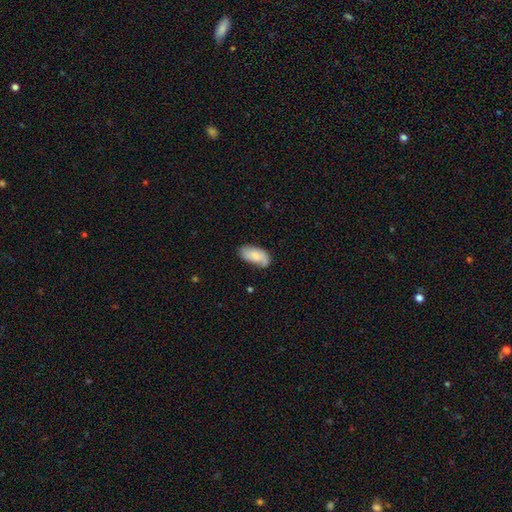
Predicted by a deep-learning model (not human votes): Smooth or featured? smooth (67%)
How rounded? in between (94%)
Merging? none (63%)